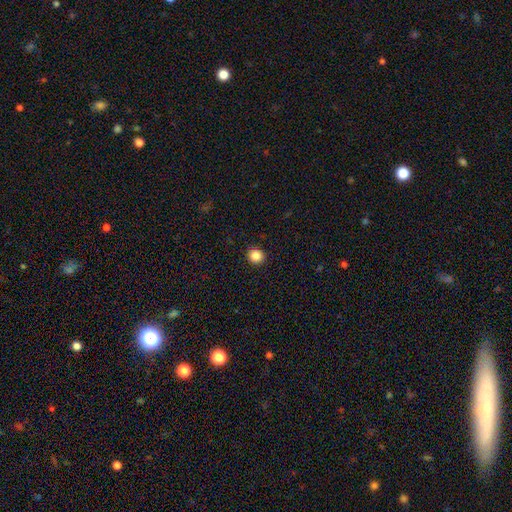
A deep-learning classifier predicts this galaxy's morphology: Smooth or featured?
  - smooth: 86% *
  - star or artifact: 11%
  - featured or disk: 4%
How rounded?
  - round: 90% *
  - in between: 9%
  - cigar-shaped: 1%
Merging?
  - none: 93% *
  - minor disturbance: 5%
  - major disturbance: 2%
  - merger: 1%